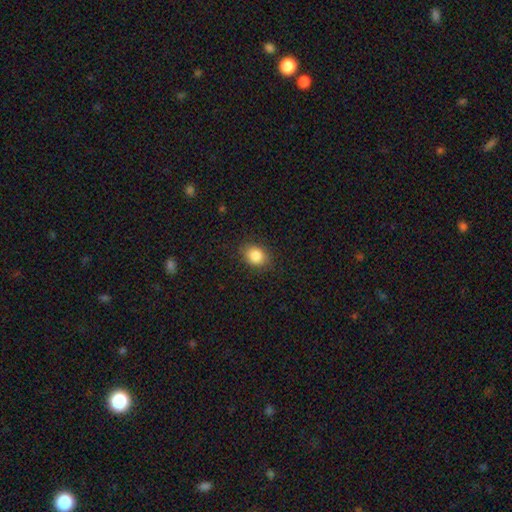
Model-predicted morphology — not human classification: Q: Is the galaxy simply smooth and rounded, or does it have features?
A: smooth — 86%.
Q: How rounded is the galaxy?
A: in between — 52%.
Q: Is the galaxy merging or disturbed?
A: none — 86%.